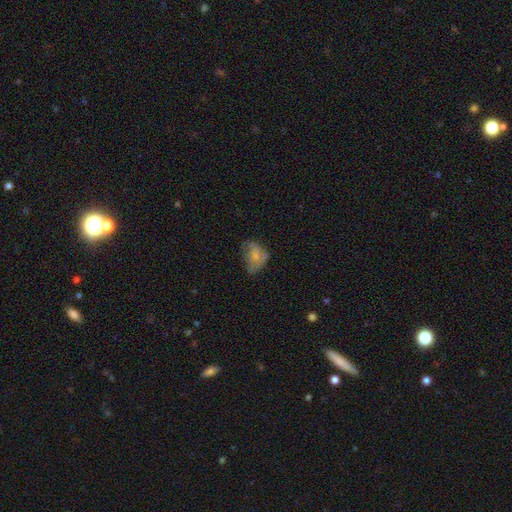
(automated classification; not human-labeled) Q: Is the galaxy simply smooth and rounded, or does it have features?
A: smooth — 57%.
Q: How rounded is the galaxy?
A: in between — 75%.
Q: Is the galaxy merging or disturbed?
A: none — 37%.